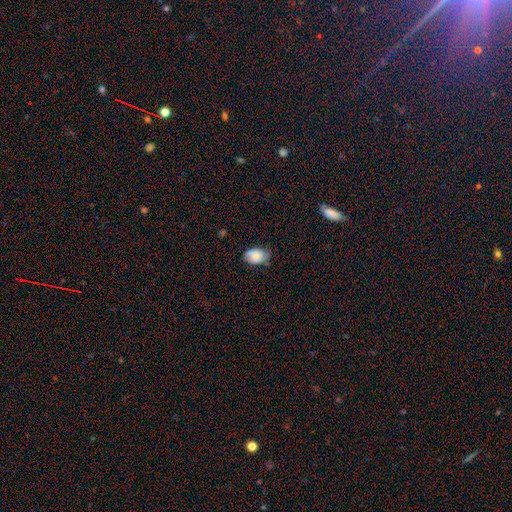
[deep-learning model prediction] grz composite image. It shows a smooth galaxy with no disk features (74%) that is in between round and cigar-shaped (83%). Merging: none (61%).